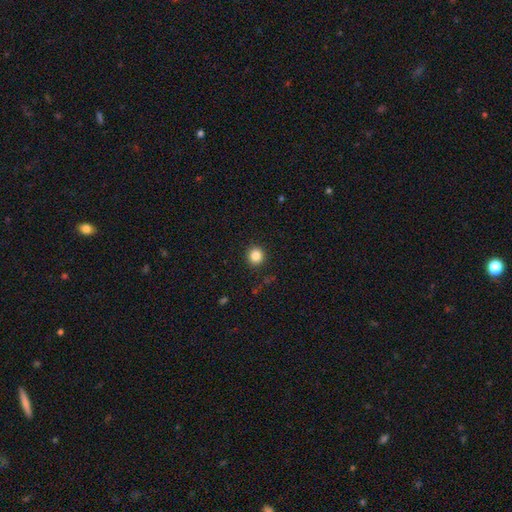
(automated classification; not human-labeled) smooth_or_featured: smooth (p=0.85) [alt: star or artifact p=0.11]
how_rounded: round (p=0.93) [alt: in between p=0.06]
merging: none (p=0.92) [alt: minor disturbance p=0.05]